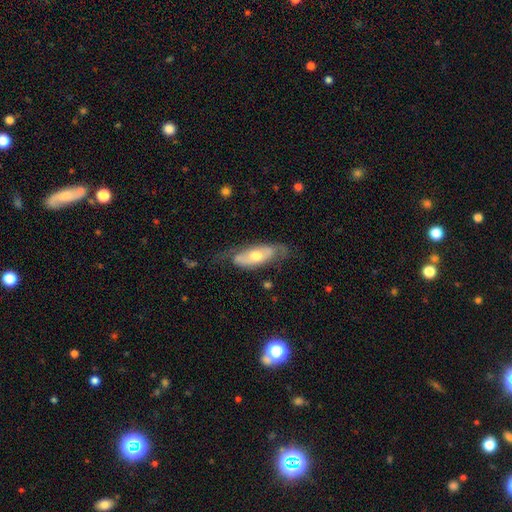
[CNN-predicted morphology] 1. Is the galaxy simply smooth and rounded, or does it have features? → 60% featured or disk, 35% smooth, 6% star or artifact.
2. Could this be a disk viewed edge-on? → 79% no, 21% yes.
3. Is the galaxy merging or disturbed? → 60% none, 24% minor disturbance, 14% major disturbance, 2% merger.